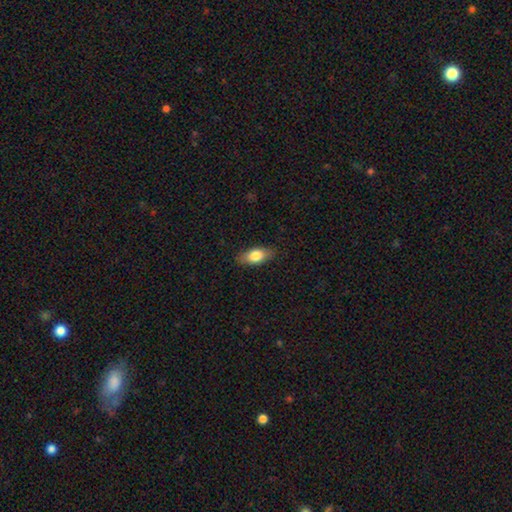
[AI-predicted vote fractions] The model was most divided on "smooth or featured": smooth: 77%, featured or disk: 16%, star or artifact: 7%. More confident: merging — none (86%); how rounded — in between (85%).